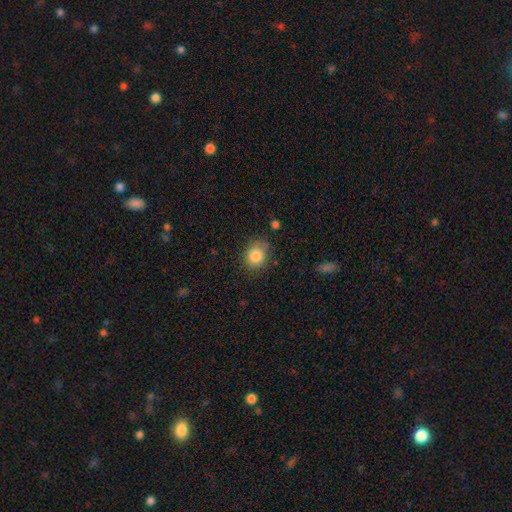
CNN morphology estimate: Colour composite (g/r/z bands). It shows a smooth galaxy with no disk features (84%) that is round (57%). Merging: none (72%).